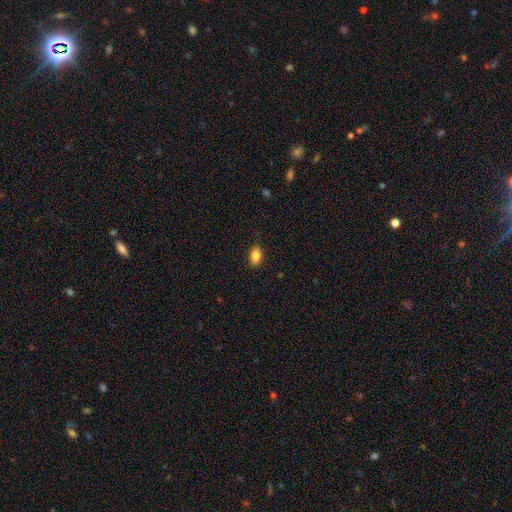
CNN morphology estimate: Smooth or featured? Predicted: smooth (p=0.87). How rounded? Predicted: in between (p=0.89). Merging? Predicted: none (p=0.87).